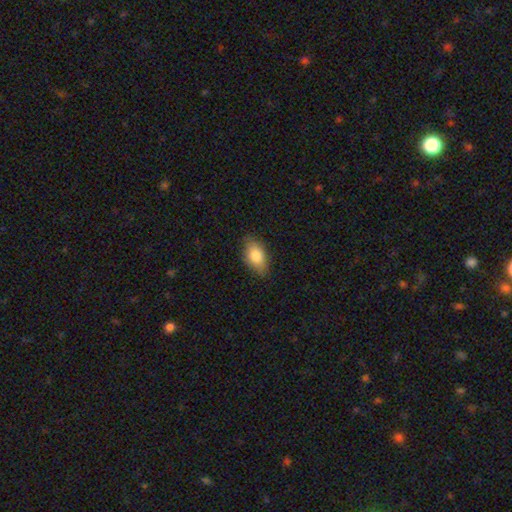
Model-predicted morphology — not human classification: Smooth or featured? Predicted: smooth (p=0.82). How rounded? Predicted: in between (p=0.90). Merging? Predicted: none (p=0.78).